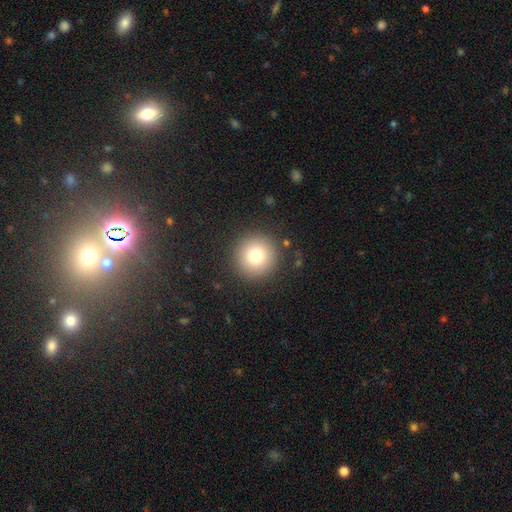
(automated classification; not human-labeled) This appears to be a smooth galaxy with no disk features (78%) that is round (96%). Merging: none (90%).